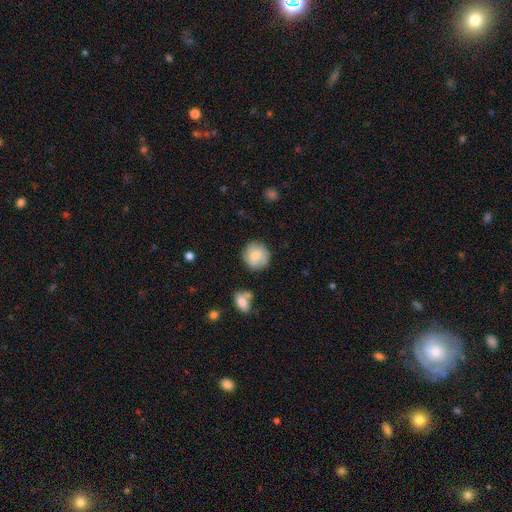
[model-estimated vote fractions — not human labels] Overall: smooth (78%). How rounded: round (92%). Merging: none (83%).